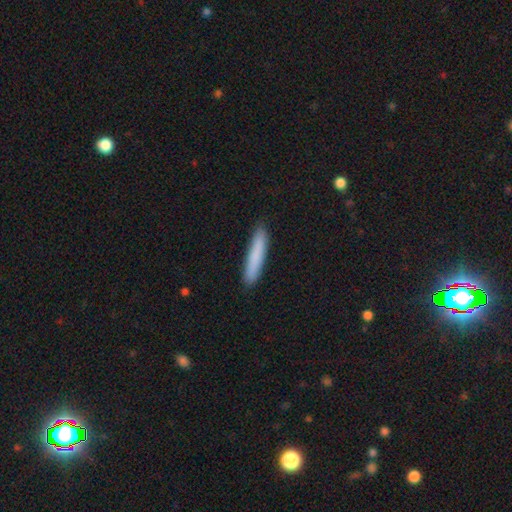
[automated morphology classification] Smooth or featured?
  - smooth: 83% *
  - featured or disk: 11%
  - star or artifact: 6%
How rounded?
  - cigar-shaped: 92% *
  - in between: 7%
  - round: 1%
Merging?
  - none: 89% *
  - minor disturbance: 8%
  - major disturbance: 2%
  - merger: 1%